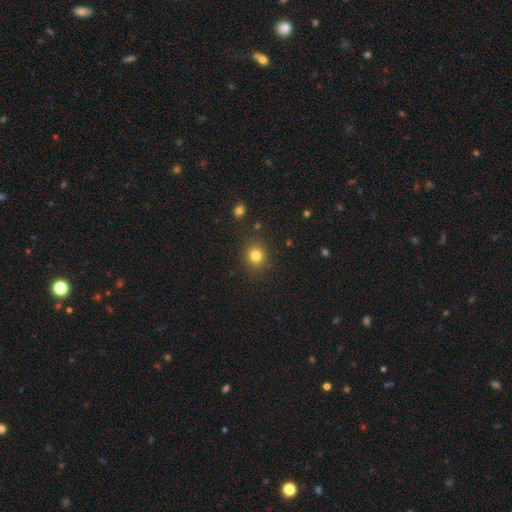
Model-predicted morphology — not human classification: Smooth or featured: smooth — 81% (star or artifact — 13%)
How rounded: round — 81% (in between — 18%)
Merging: none — 87% (minor disturbance — 8%)